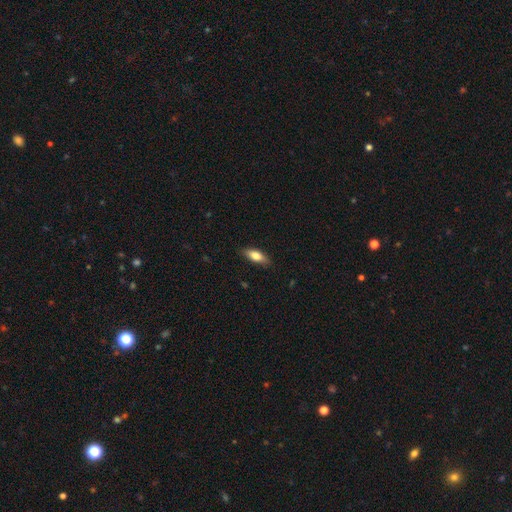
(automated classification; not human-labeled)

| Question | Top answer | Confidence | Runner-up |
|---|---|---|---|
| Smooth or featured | smooth | 75% | featured or disk (19%) |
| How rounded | in between | 72% | cigar-shaped (26%) |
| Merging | none | 83% | minor disturbance (14%) |